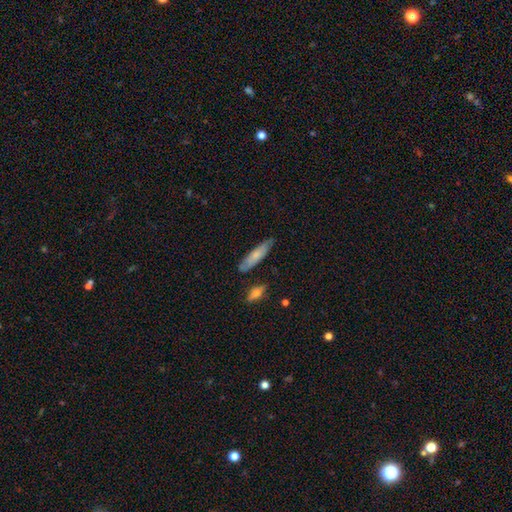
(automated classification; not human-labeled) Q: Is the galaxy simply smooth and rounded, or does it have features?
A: smooth — 64%.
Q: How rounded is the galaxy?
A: cigar-shaped — 68%.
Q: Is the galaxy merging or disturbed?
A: none — 75%.